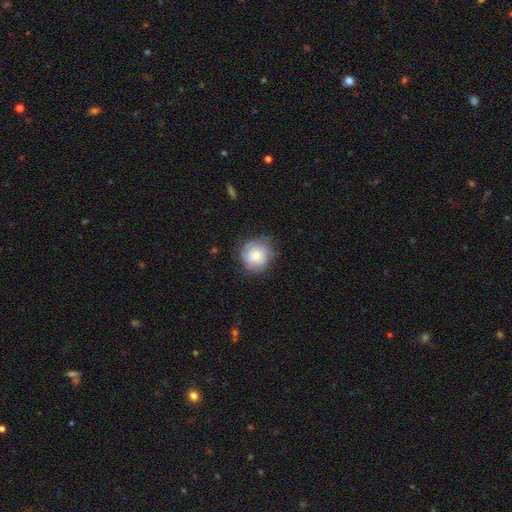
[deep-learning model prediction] smooth_or_featured: smooth (p=0.54) [alt: featured or disk p=0.38]
how_rounded: round (p=0.88) [alt: in between p=0.11]
merging: none (p=0.69) [alt: minor disturbance p=0.22]